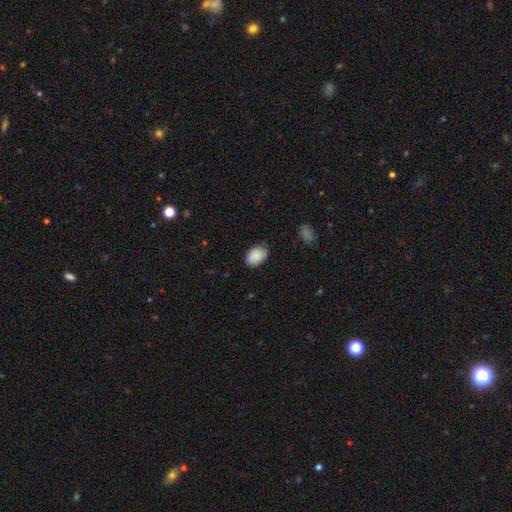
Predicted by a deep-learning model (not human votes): Overall: smooth (89%). How rounded: in between (83%). Merging: none (80%).